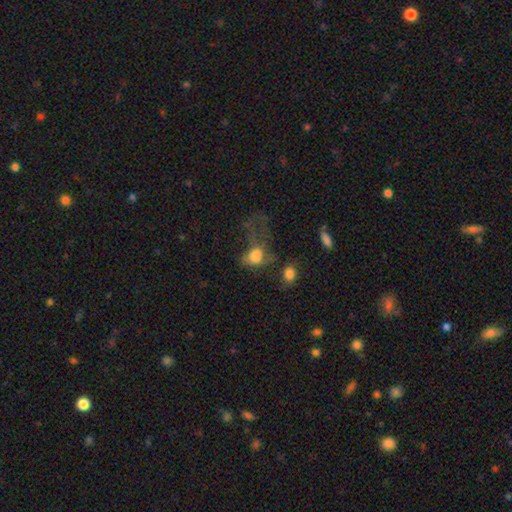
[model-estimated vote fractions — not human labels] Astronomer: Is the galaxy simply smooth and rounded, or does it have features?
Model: smooth — 64%.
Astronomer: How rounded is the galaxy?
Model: in between — 72%.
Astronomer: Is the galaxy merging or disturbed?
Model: major disturbance — 56%.